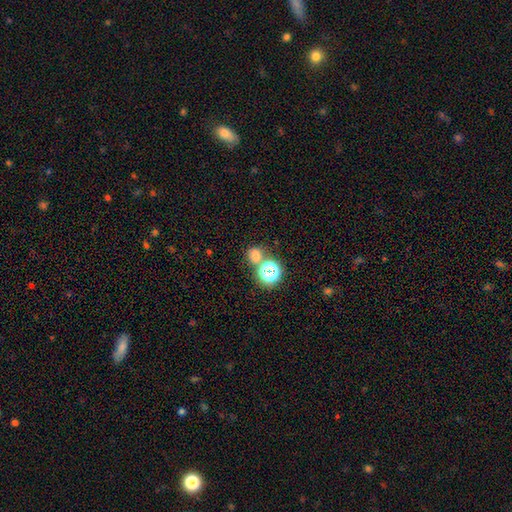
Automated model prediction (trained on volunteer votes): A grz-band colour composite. It shows a smooth galaxy with no disk features (62%) that is round (71%). Merging: none (59%).